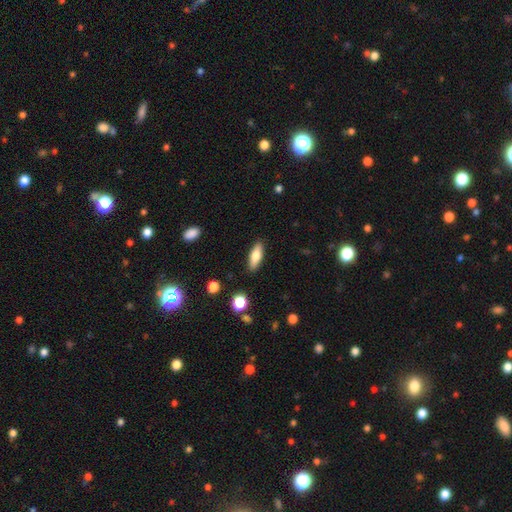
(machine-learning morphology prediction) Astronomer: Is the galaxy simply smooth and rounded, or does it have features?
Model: smooth — 68%.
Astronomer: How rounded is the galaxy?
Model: in between — 56% (runner-up: cigar-shaped, 41%).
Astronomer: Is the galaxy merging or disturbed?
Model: none — 88%.